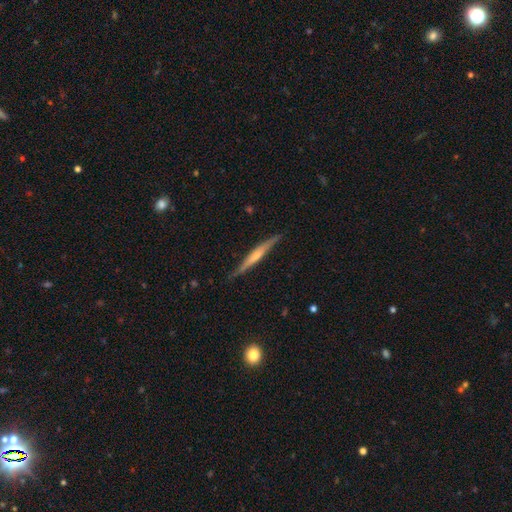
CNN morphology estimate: A featured or disk galaxy (60%) viewed edge-on (96%) with a rounded central bulge (46%). Merging: none (84%).